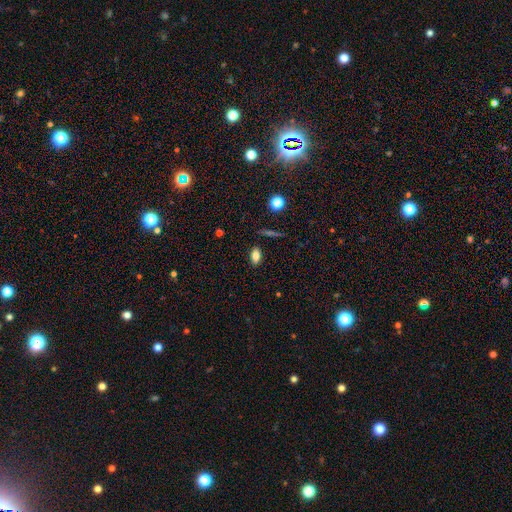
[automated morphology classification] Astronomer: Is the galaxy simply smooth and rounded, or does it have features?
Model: smooth — 79%.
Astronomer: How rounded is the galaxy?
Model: in between — 86%.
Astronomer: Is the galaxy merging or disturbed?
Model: none — 86%.